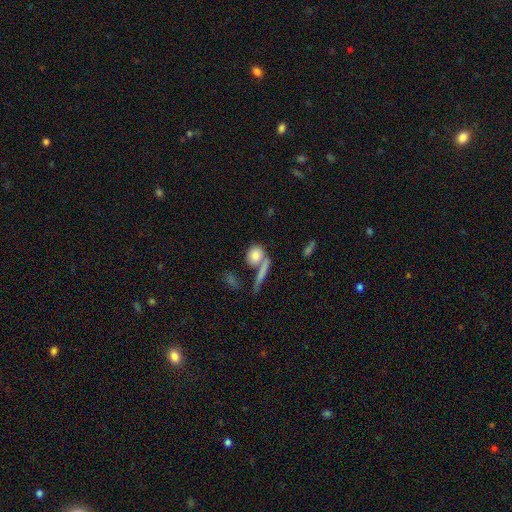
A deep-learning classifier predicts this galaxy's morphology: The model was most divided on "merging": none: 48%, merger: 34%, minor disturbance: 11%, major disturbance: 7%. More confident: smooth or featured — smooth (78%); how rounded — round (54%).